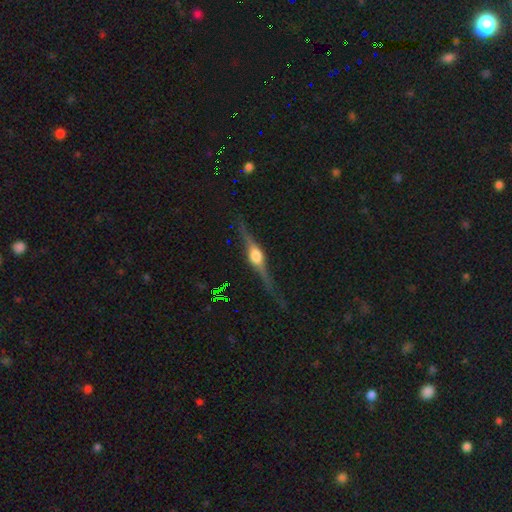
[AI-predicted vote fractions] This is clearly a featured or disk galaxy (84%). It is clearly viewed edge-on (97%). Edge-on bulge: clearly rounded (90%). Merging: clearly none (85%).